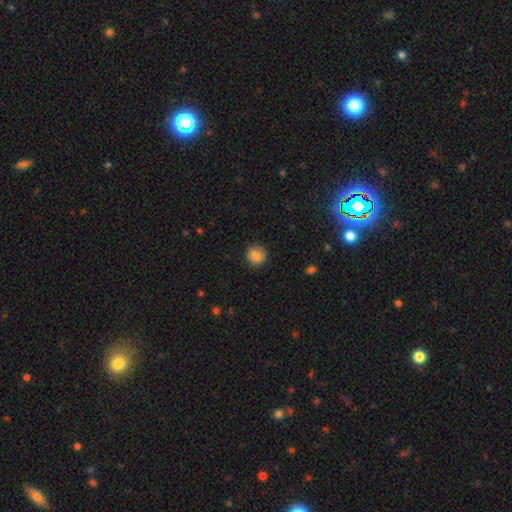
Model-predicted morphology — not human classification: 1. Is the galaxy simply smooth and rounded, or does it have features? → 84% smooth, 9% star or artifact, 7% featured or disk.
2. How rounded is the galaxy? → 84% round, 15% in between, 1% cigar-shaped.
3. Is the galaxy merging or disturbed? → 85% none, 11% minor disturbance, 3% major disturbance, 1% merger.